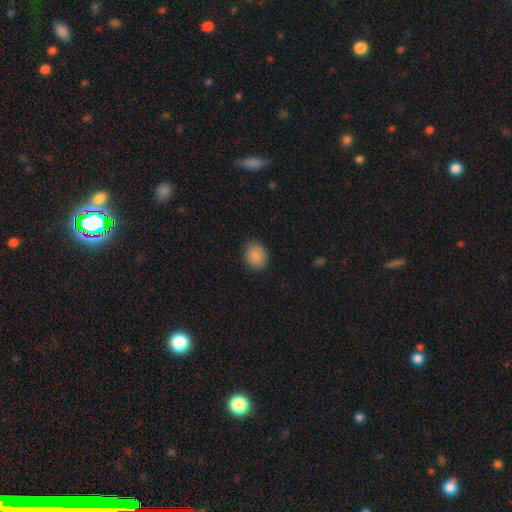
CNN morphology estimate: smooth_or_featured: smooth (p=0.88) [alt: star or artifact p=0.09]
how_rounded: round (p=0.53) [alt: in between p=0.46]
merging: none (p=0.83) [alt: minor disturbance p=0.13]